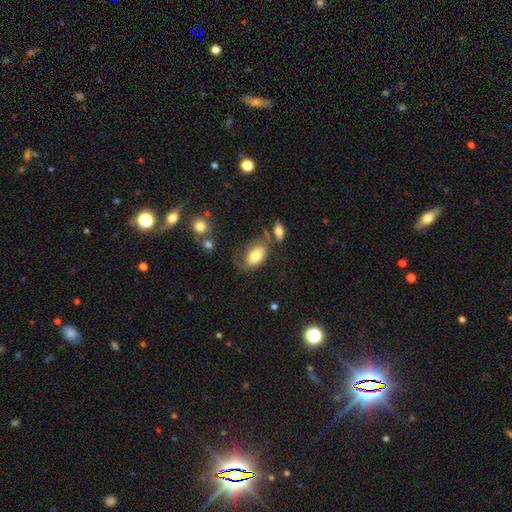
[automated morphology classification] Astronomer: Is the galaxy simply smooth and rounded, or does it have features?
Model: smooth — 76%.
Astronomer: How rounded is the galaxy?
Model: in between — 91%.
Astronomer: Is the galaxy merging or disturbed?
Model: none — 50%.